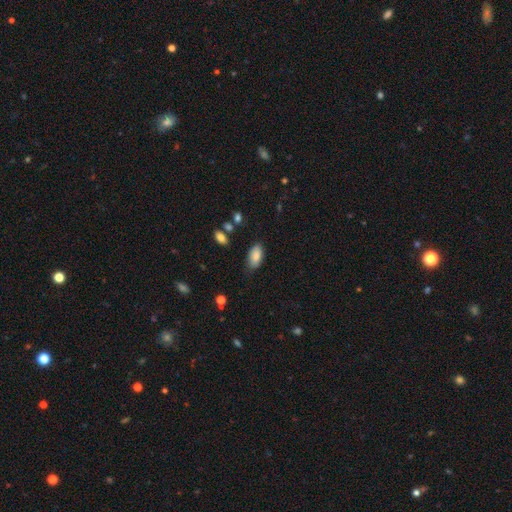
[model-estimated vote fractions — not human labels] Q: Smooth or featured?
A: smooth (86%); runner-up: star or artifact (7%)
Q: How rounded?
A: in between (91%); runner-up: cigar-shaped (6%)
Q: Merging?
A: none (76%); runner-up: minor disturbance (18%)